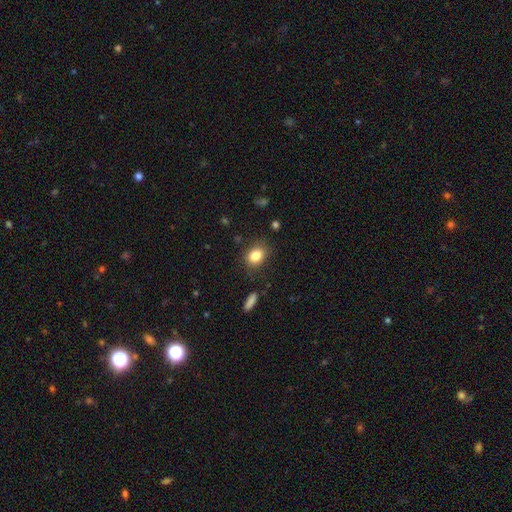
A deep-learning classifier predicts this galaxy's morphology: This is clearly a smooth galaxy (84%). How rounded: likely in between (65%). Merging: clearly none (81%).